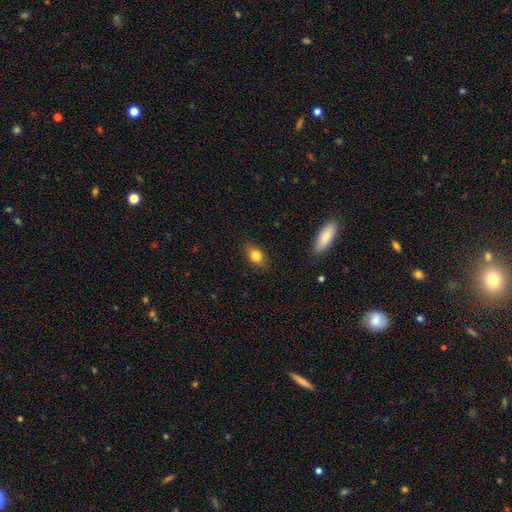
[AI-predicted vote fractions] This is clearly a smooth galaxy (83%). How rounded: clearly in between (80%). Merging: clearly none (84%).